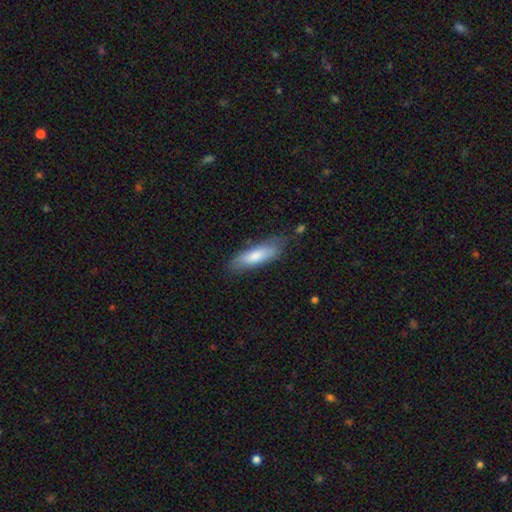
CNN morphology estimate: smooth-or-featured: smooth: 78% | featured or disk: 16% | star or artifact: 6%
  how-rounded: in between: 50% | cigar-shaped: 49% | round: 2%
  merging: none: 72% | minor disturbance: 20% | major disturbance: 5% | merger: 2%